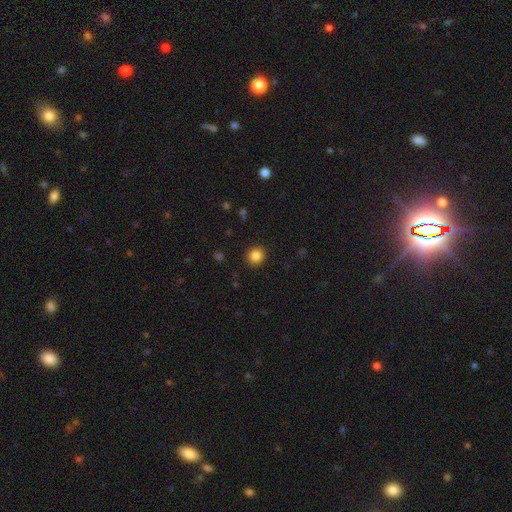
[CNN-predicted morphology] Overall: smooth (85%). How rounded: round (91%). Merging: none (91%).